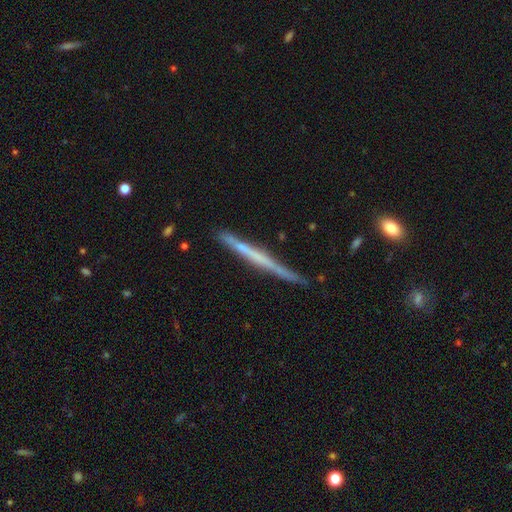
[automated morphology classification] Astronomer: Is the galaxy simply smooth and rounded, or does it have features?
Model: featured or disk — 60%.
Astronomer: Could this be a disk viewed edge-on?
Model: yes — 97%.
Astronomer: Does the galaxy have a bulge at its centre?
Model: none — 82%.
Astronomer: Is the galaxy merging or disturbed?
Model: none — 80%.